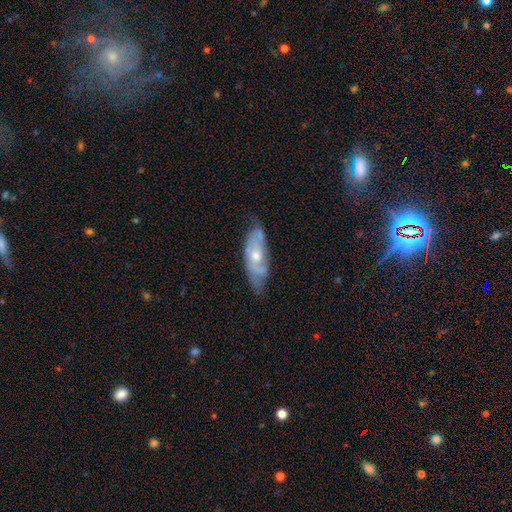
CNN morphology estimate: This is likely a featured or disk galaxy (66%). It is clearly not viewed edge-on (82%). Bar: likely no (71%). Spiral arm pattern: likely yes (71%). Central bulge: likely moderate (65%). Merging: possibly none (56%).